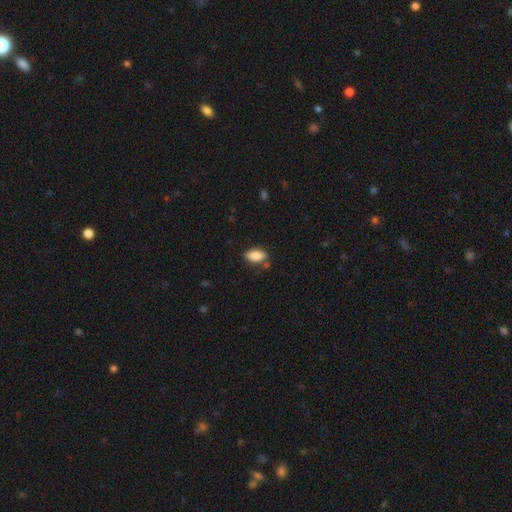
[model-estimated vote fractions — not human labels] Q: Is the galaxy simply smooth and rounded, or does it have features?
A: smooth — 87%.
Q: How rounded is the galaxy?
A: in between — 91%.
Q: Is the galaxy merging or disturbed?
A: none — 77%.